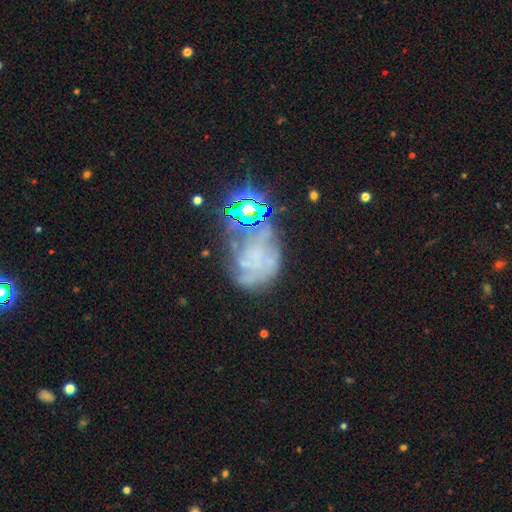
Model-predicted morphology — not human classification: A featured or disk galaxy (50%).

Vote fractions:
- Smooth or featured? featured or disk: 50% / star or artifact: 30% / smooth: 20%
- Merging? none: 44% / major disturbance: 23% / minor disturbance: 20% / merger: 12%